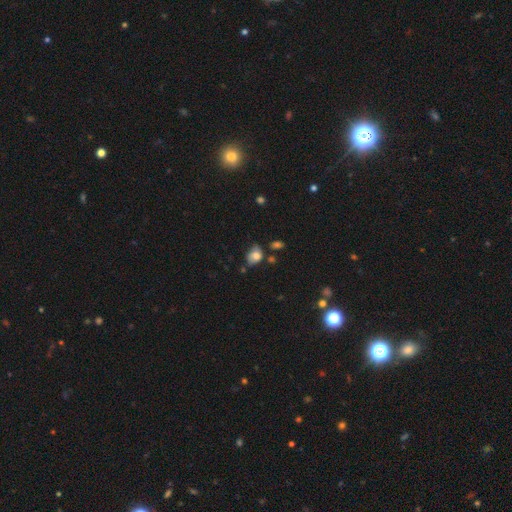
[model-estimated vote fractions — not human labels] The model was most divided on "merging": none: 43%, minor disturbance: 34%, major disturbance: 12%, merger: 11%. More confident: how rounded — in between (71%); smooth or featured — smooth (71%).